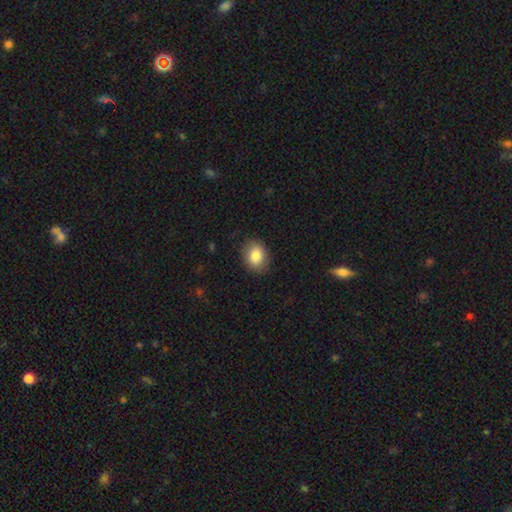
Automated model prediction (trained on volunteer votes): Q: Smooth or featured?
A: smooth (85%); runner-up: star or artifact (8%)
Q: How rounded?
A: in between (57%); runner-up: round (42%)
Q: Merging?
A: none (85%); runner-up: minor disturbance (11%)